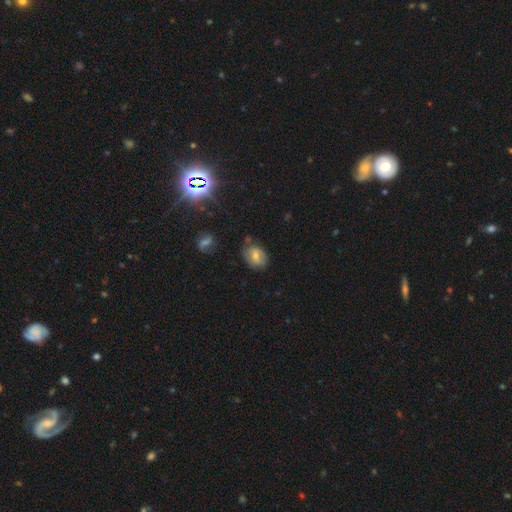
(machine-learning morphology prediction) Smooth or featured: smooth — 58% (featured or disk — 30%)
How rounded: in between — 63% (round — 36%)
Merging: none — 64% (minor disturbance — 25%)